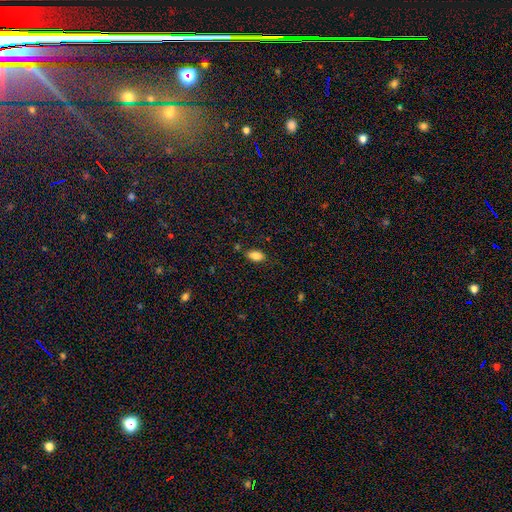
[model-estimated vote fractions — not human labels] Overall: smooth (85%). How rounded: in between (89%). Merging: none (80%).